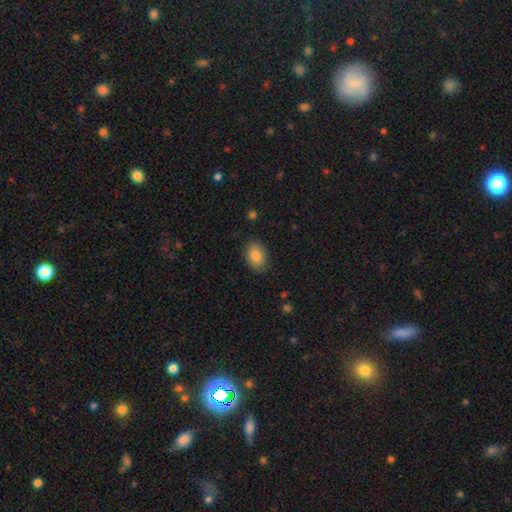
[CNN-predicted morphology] This is clearly a smooth galaxy (87%). How rounded: clearly in between (83%). Merging: clearly none (82%).